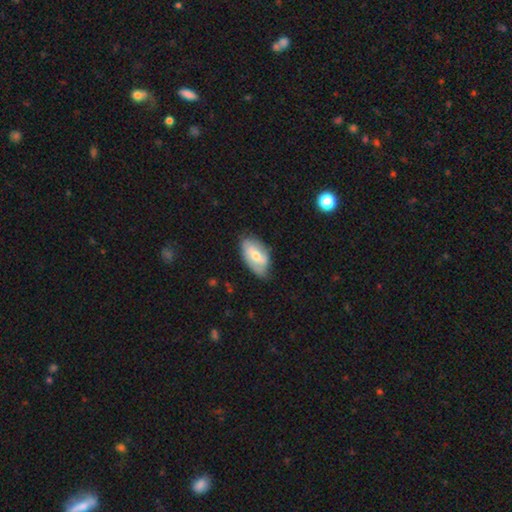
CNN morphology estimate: Smooth or featured? featured or disk (53%)
Edge-on disk? no (93%)
Merging? none (70%)